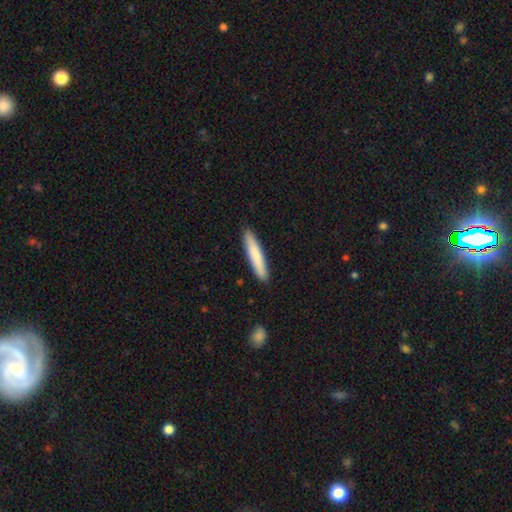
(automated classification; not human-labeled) Smooth or featured: smooth — 80% (featured or disk — 15%)
How rounded: cigar-shaped — 92% (in between — 6%)
Merging: none — 90% (minor disturbance — 7%)